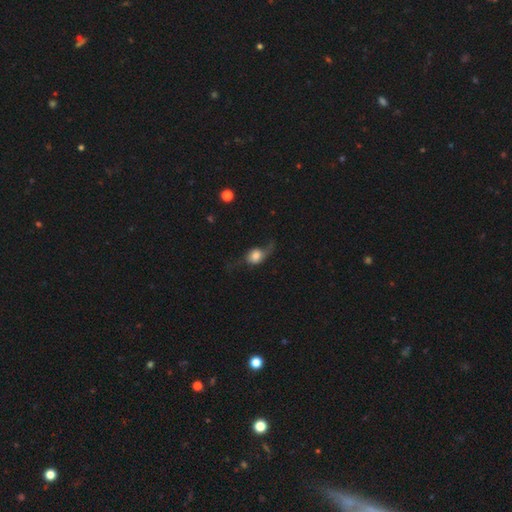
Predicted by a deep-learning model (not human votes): smooth 58%, featured or disk 33%, star or artifact 9%. Down the decision tree: how rounded — round (56%); merging — major disturbance (37%).